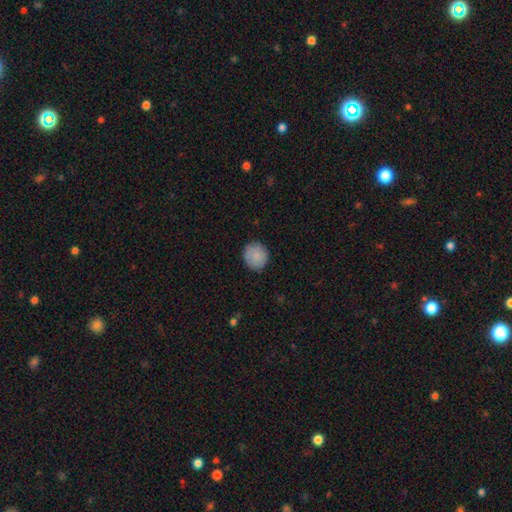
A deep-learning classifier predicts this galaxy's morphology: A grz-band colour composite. It shows a smooth galaxy with no disk features (86%) that is round (83%). Merging: none (86%).